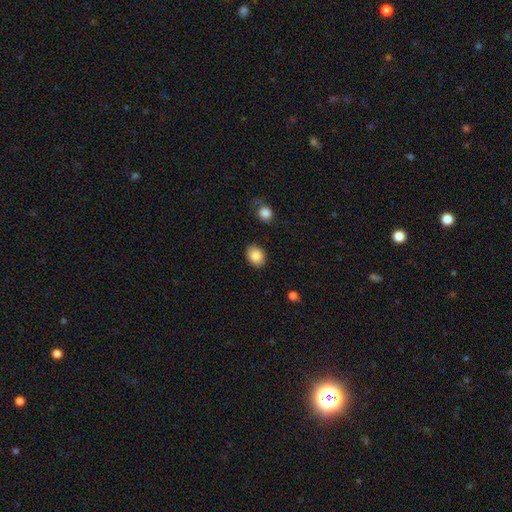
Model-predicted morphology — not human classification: This is clearly a smooth galaxy (87%). How rounded: possibly in between (58%). Merging: clearly none (86%).